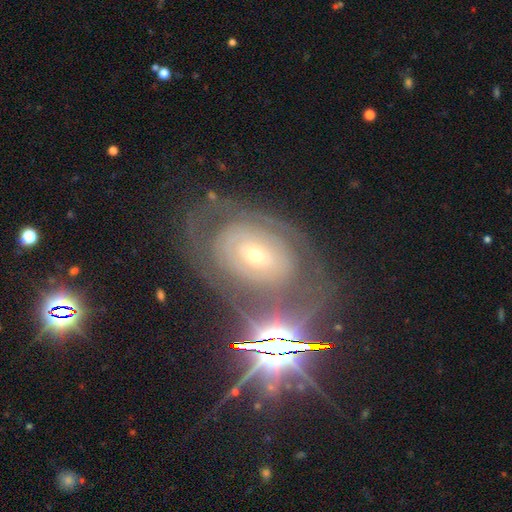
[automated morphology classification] Smooth or featured?
  - featured or disk: 68% *
  - smooth: 19%
  - star or artifact: 13%
Edge-on disk?
  - no: 93% *
  - yes: 7%
Bar?
  - no: 70% *
  - weak: 21%
  - strong: 10%
Spiral arms?
  - yes: 63% *
  - no: 37%
Bulge size?
  - small: 65% *
  - moderate: 31%
  - large: 2%
  - dominant: 1%
  - none: 1%
Merging?
  - none: 64% *
  - minor disturbance: 17%
  - major disturbance: 15%
  - merger: 4%